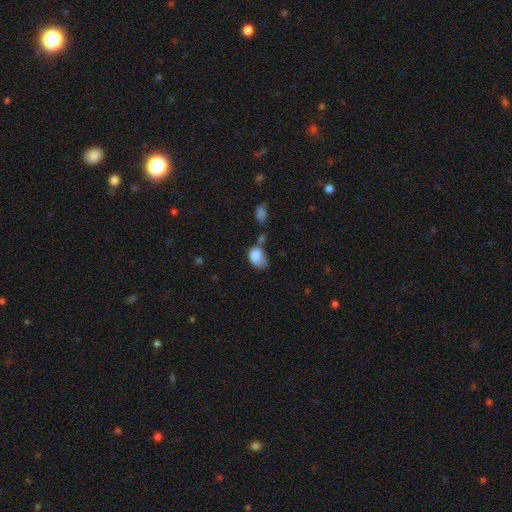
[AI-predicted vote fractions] The model was most divided on "merging": minor disturbance: 34%, none: 23%, major disturbance: 23%, merger: 20%. More confident: smooth or featured — smooth (81%); how rounded — in between (79%).